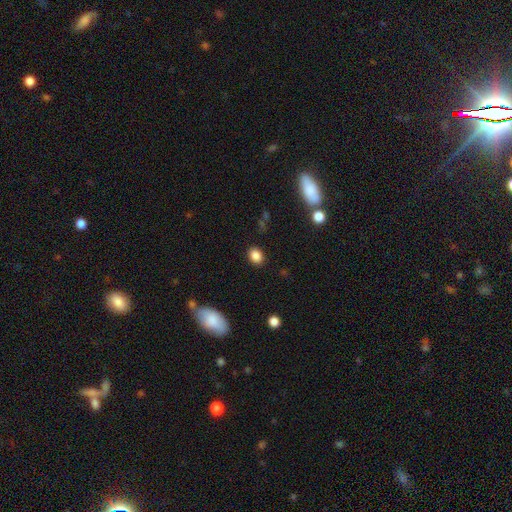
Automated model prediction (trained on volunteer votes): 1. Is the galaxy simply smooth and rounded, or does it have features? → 86% smooth, 10% star or artifact, 4% featured or disk.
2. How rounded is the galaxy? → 56% in between, 42% round, 1% cigar-shaped.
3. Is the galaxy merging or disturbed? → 87% none, 9% minor disturbance, 3% major disturbance, 1% merger.